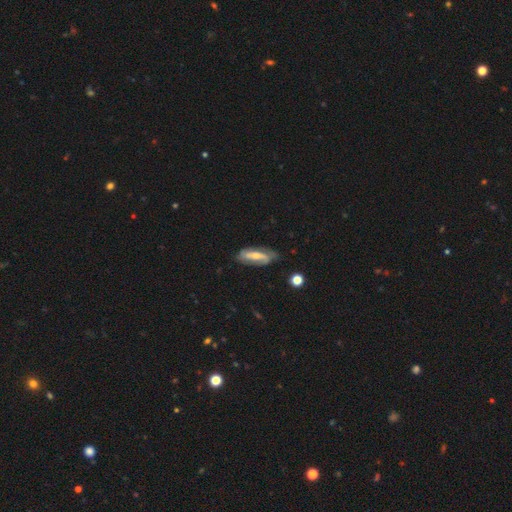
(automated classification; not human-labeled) This appears to be a featured or disk galaxy (74%) with a strong bar (42%), 2 (77%) medium (41%) spiral arms (87%) and a moderate central bulge (51%). Merging: none (68%).